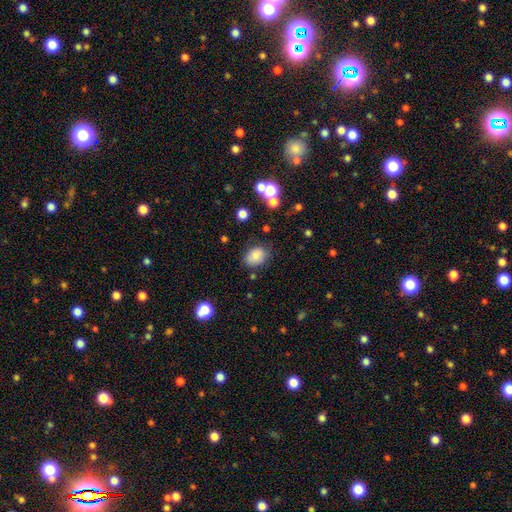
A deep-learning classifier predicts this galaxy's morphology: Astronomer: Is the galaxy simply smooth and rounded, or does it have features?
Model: smooth — 81%.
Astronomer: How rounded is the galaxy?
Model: in between — 69%.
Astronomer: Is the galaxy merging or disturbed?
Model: none — 73%.